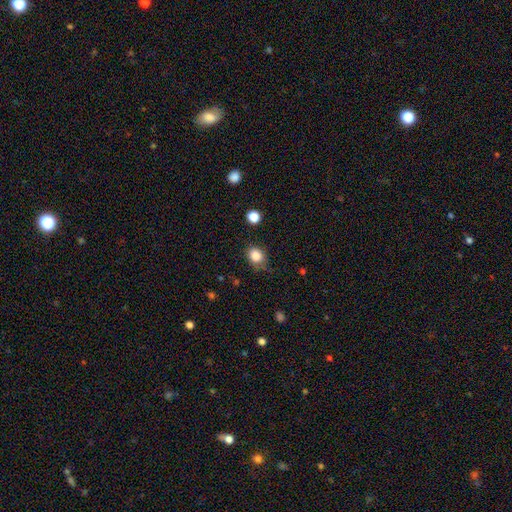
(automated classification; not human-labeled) Morphology: type=smooth (85%); roundness=round (62%); merging=none (70%).